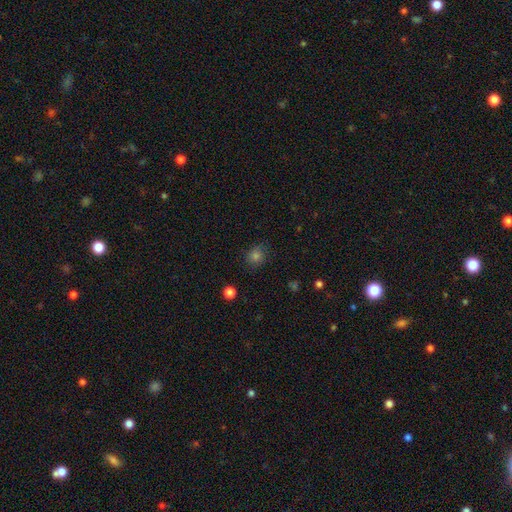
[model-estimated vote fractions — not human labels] Overall: smooth (76%). How rounded: round (79%). Merging: none (83%).